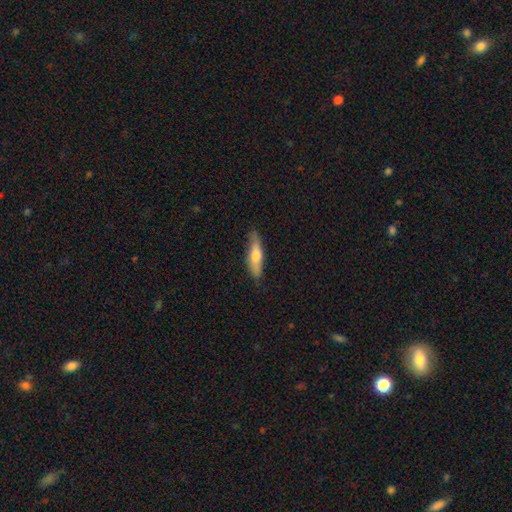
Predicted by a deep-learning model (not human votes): This appears to be a smooth galaxy with no disk features (60%) that is cigar-shaped (64%). Merging: none (79%).